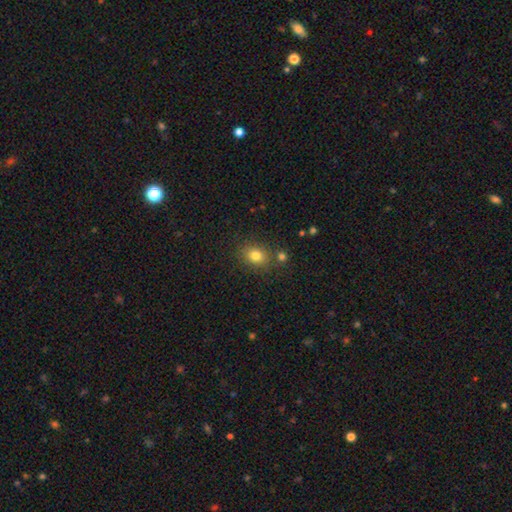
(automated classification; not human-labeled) Smooth or featured? smooth (80%)
How rounded? round (52%)
Merging? none (77%)